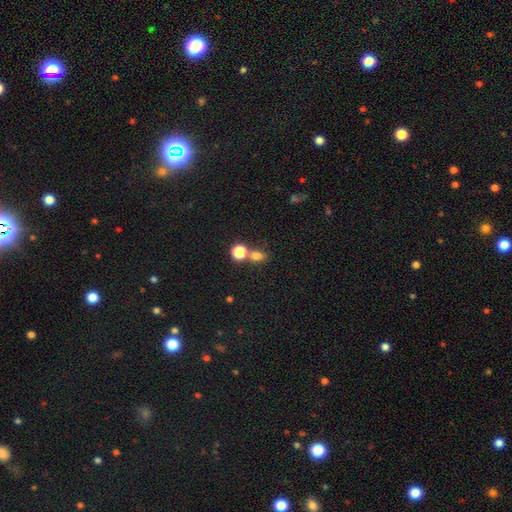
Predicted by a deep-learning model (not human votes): The model was most divided on "how rounded": in between: 54%, round: 44%, cigar-shaped: 2%. More confident: smooth or featured — smooth (75%); merging — none (52%).